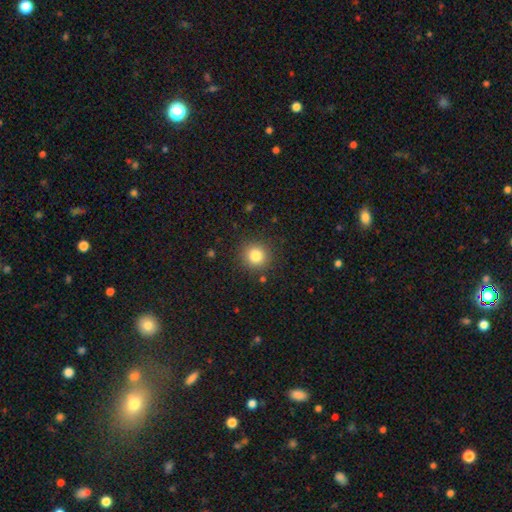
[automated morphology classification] Overall: smooth (82%). How rounded: round (92%). Merging: none (89%).